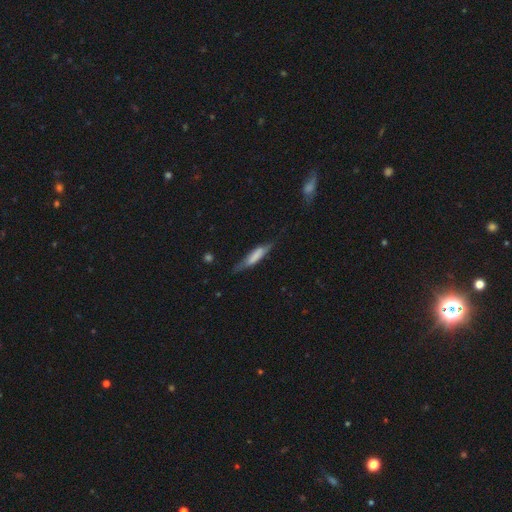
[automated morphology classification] Overall: smooth (60%; featured or disk 33%). How rounded: cigar-shaped (78%). Merging: none (62%; minor disturbance 27%).